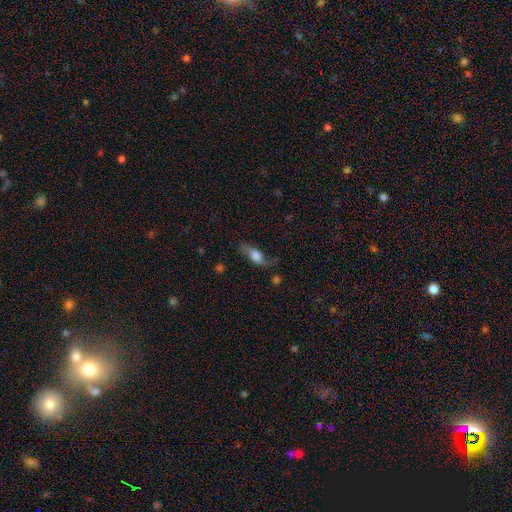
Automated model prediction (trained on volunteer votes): Q: Smooth or featured?
A: featured or disk (49%); runner-up: smooth (42%)
Q: Merging?
A: none (59%); runner-up: minor disturbance (24%)